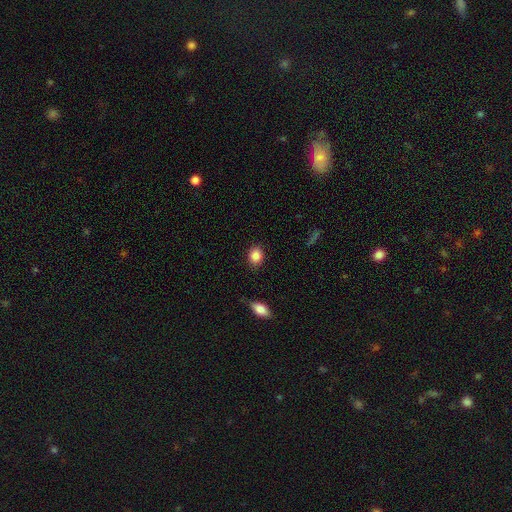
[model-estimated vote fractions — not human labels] A smooth galaxy with no disk features (86%) that is round (53%). Merging: none (87%).